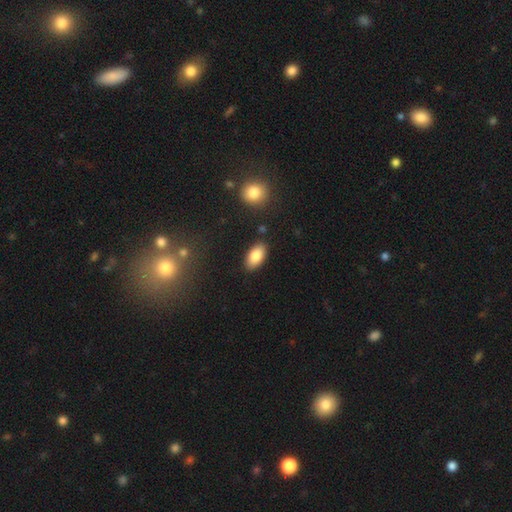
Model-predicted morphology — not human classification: Smooth or featured? smooth (85%)
How rounded? in between (93%)
Merging? none (86%)